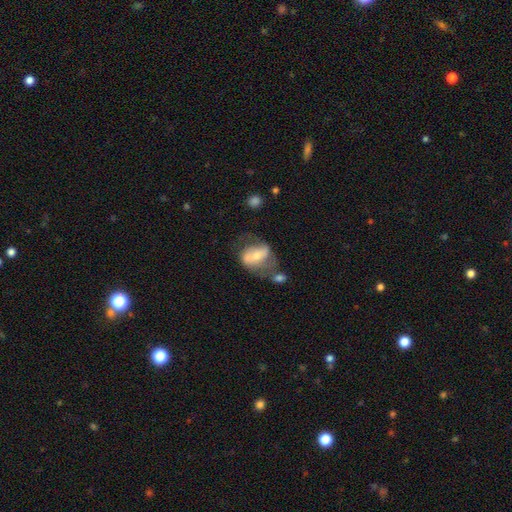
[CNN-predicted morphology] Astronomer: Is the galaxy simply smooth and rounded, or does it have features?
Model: featured or disk — 55% (runner-up: smooth, 38%).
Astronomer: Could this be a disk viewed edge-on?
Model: no — 95%.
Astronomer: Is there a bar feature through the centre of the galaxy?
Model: no — 38% (runner-up: weak, 32%).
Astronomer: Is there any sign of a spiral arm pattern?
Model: yes — 65%.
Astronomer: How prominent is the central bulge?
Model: small — 46% (runner-up: moderate, 40%).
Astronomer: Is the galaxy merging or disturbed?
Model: none — 32% (runner-up: major disturbance, 28%).